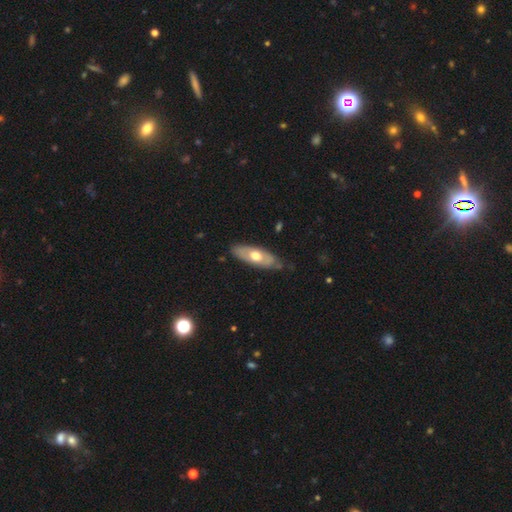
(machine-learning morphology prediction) Smooth or featured? featured or disk (48%)
Merging? none (77%)